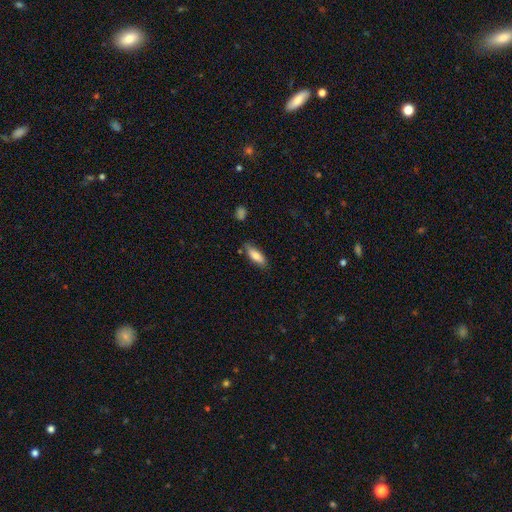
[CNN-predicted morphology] smooth 79%, featured or disk 15%, star or artifact 7%. Down the decision tree: how rounded — in between (63%); merging — none (77%).